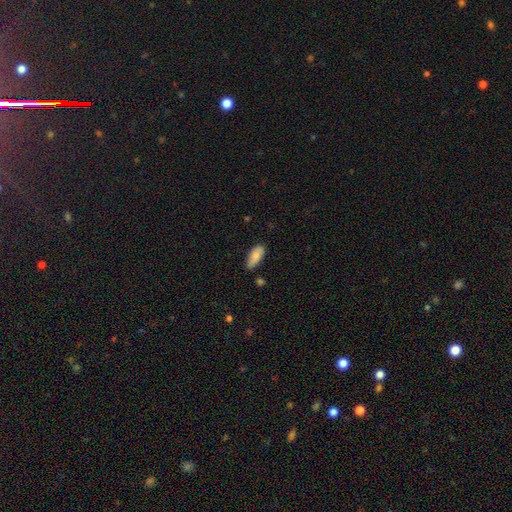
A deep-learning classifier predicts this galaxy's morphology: A smooth galaxy with no disk features (84%) that is in between round and cigar-shaped (84%).

Vote fractions:
- Smooth or featured? smooth: 84% / featured or disk: 10% / star or artifact: 6%
- How rounded? in between: 84% / cigar-shaped: 14% / round: 2%
- Merging? none: 74% / minor disturbance: 21% / major disturbance: 3% / merger: 2%